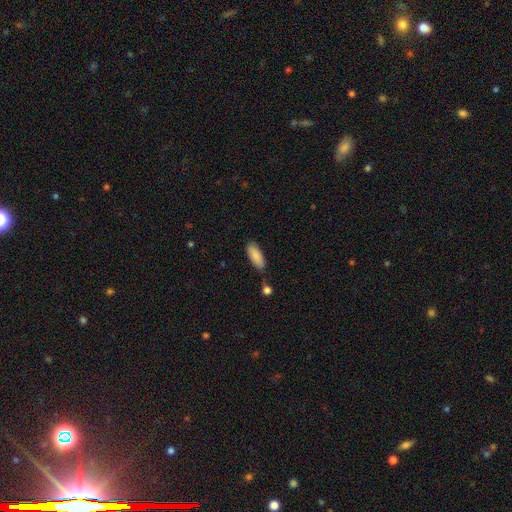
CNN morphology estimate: type=smooth (87%); roundness=in between (77%); merging=none (72%).